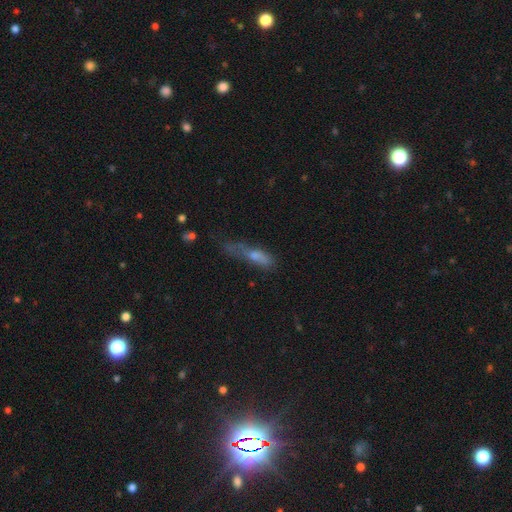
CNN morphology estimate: Smooth or featured: smooth — 54% (featured or disk — 31%)
How rounded: cigar-shaped — 69% (in between — 27%)
Merging: none — 35% (major disturbance — 29%)